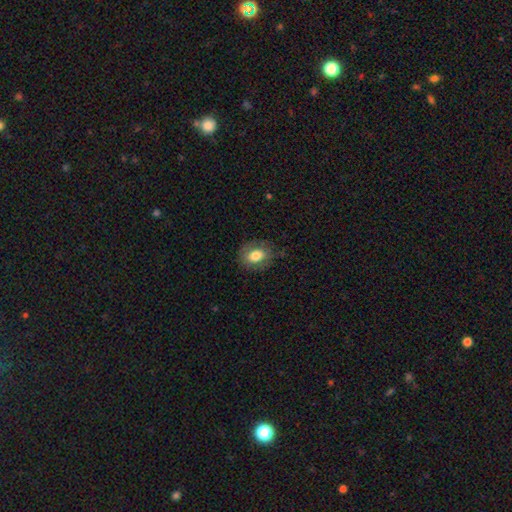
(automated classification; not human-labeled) Overall: smooth (76%). How rounded: in between (68%; round 31%). Merging: none (75%).